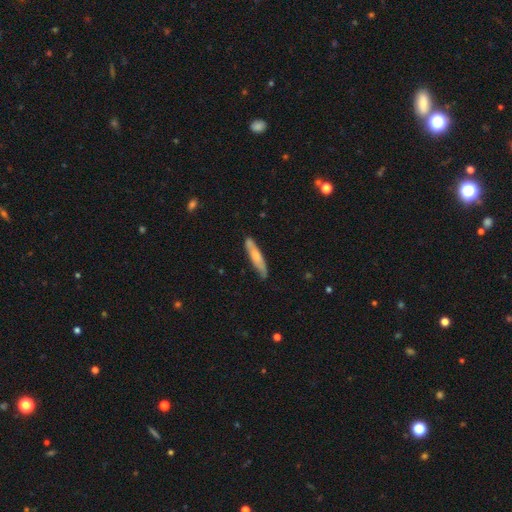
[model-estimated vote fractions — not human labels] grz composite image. It shows a smooth galaxy with no disk features (61%) that is cigar-shaped (88%). Merging: none (77%).